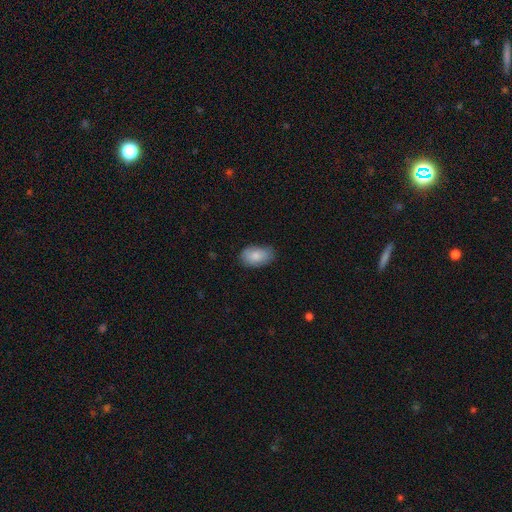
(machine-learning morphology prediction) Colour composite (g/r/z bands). It shows a smooth galaxy with no disk features (85%) that is in between round and cigar-shaped (93%). Merging: none (76%).